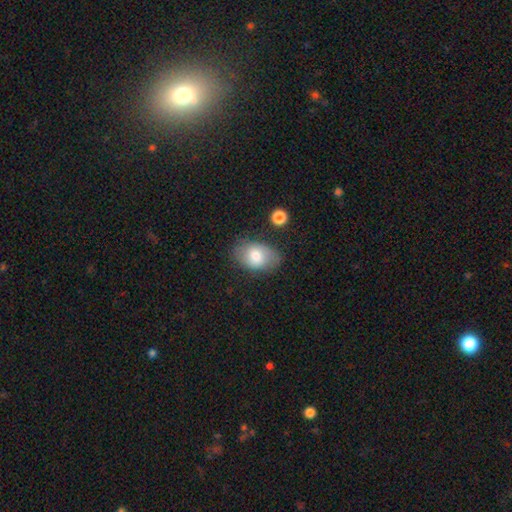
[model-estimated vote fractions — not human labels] Smooth or featured? smooth (74%)
How rounded? in between (87%)
Merging? none (73%)